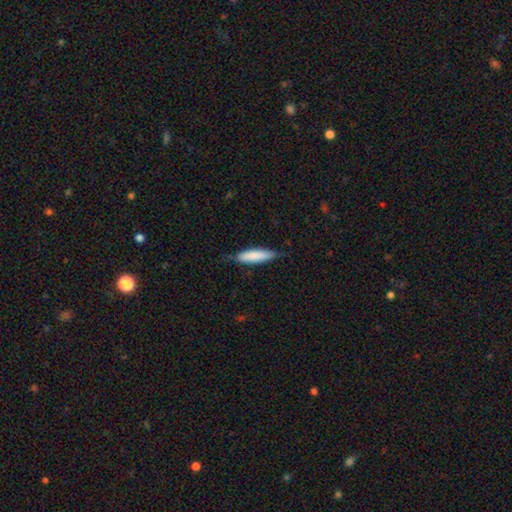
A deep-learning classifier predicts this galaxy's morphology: Q: Smooth or featured?
A: smooth (80%); runner-up: featured or disk (14%)
Q: How rounded?
A: cigar-shaped (68%); runner-up: in between (30%)
Q: Merging?
A: none (73%); runner-up: minor disturbance (21%)